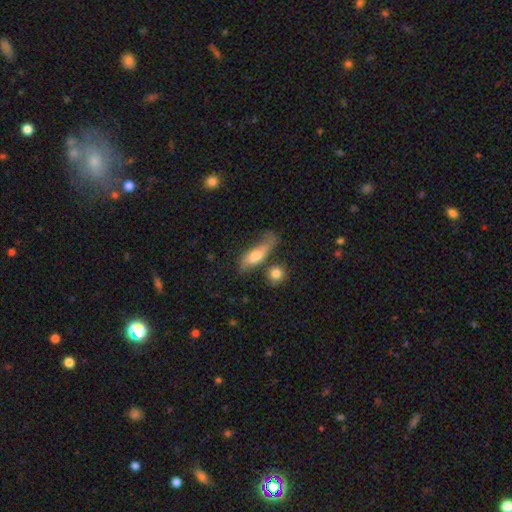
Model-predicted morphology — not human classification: Smooth or featured? Predicted: smooth (p=0.63). How rounded? Predicted: in between (p=0.53). Merging? Predicted: none (p=0.42).